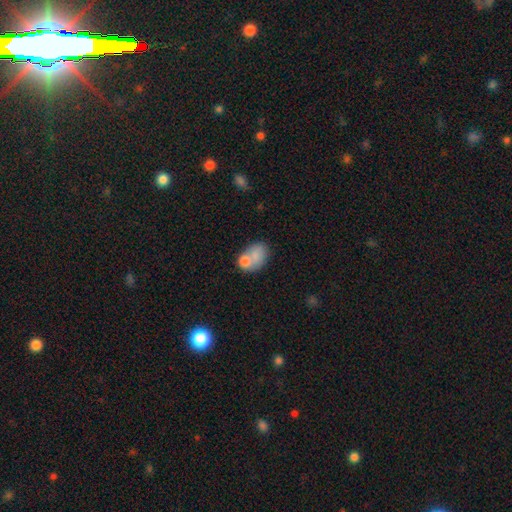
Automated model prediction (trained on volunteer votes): Q: Smooth or featured?
A: smooth (74%); runner-up: featured or disk (17%)
Q: How rounded?
A: in between (74%); runner-up: round (25%)
Q: Merging?
A: merger (42%); runner-up: none (33%)